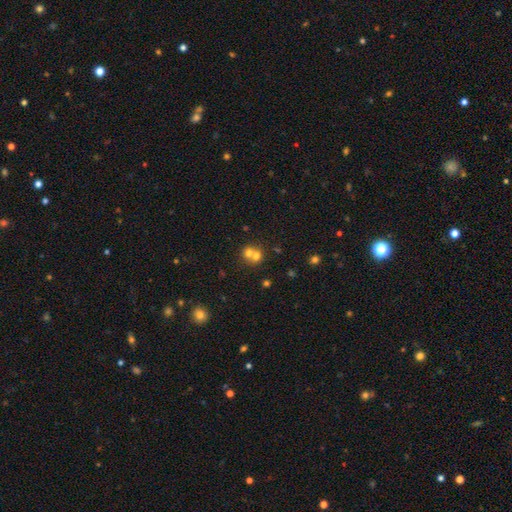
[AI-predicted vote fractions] Smooth or featured? Predicted: smooth (p=0.66). How rounded? Predicted: round (p=0.83). Merging? Predicted: merger (p=0.59).